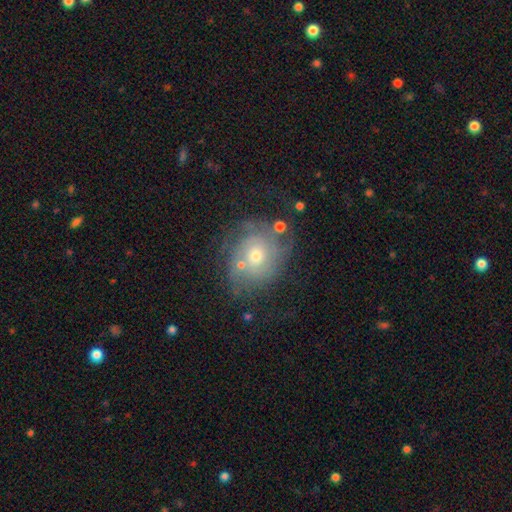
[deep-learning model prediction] featured or disk 69%, smooth 21%, star or artifact 10%. Down the decision tree: edge-on disk — no (97%); bar — no (80%); spiral arms — yes (83%); spiral arm count — can't tell (44%); spiral winding — tight (60%); bulge size — moderate (51%); merging — none (59%).